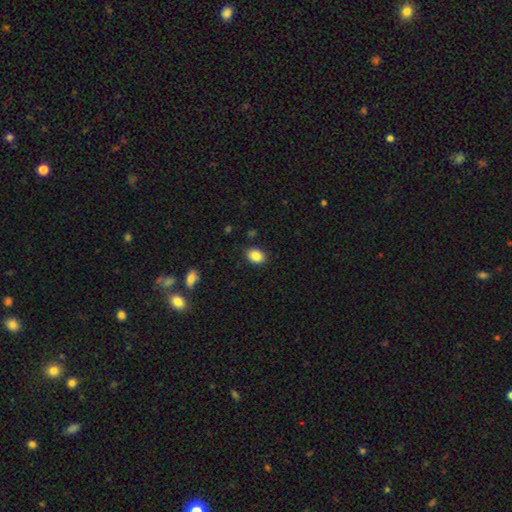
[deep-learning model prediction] Overall: smooth (87%). How rounded: in between (69%; round 30%). Merging: none (87%).